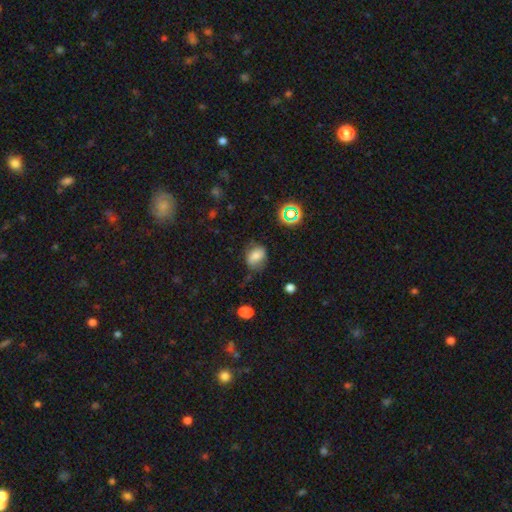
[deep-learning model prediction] Morphology: type=smooth (69%); roundness=in between (61%); merging=none (60%).